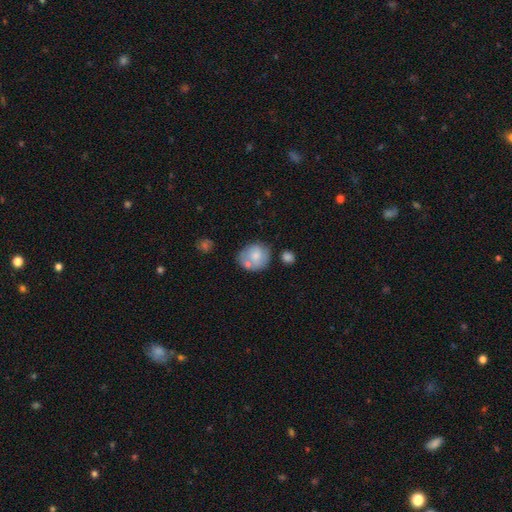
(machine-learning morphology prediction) smooth_or_featured: smooth (p=0.69) [alt: featured or disk p=0.24]
how_rounded: round (p=0.78) [alt: in between p=0.21]
merging: none (p=0.52) [alt: minor disturbance p=0.20]